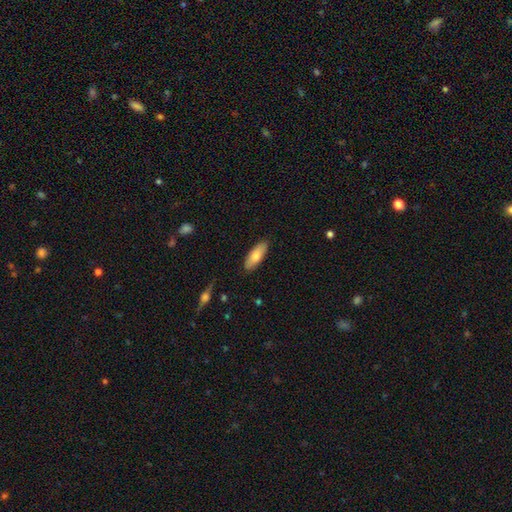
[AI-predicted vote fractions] Morphology: type=smooth (76%); roundness=in between (72%); merging=none (87%).